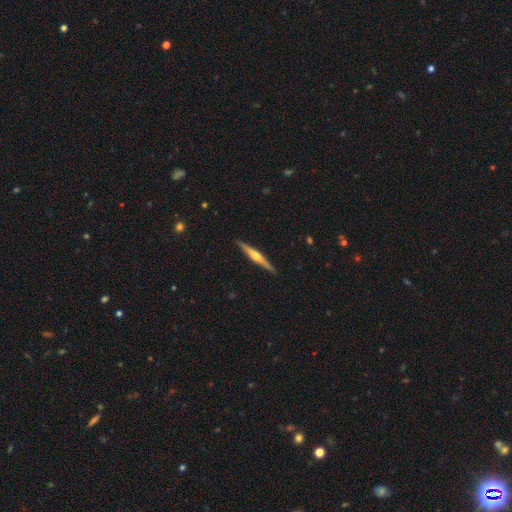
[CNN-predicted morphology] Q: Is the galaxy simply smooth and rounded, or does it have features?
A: featured or disk — 75%.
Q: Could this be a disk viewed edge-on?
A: yes — 98%.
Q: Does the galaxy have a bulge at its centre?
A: rounded — 90%.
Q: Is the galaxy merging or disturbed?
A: none — 91%.